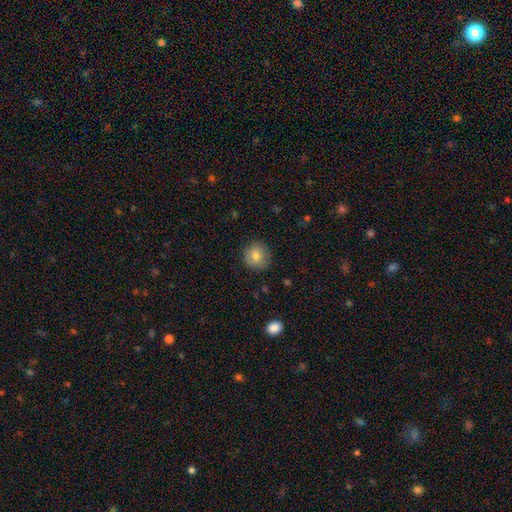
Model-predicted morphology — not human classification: Smooth or featured? smooth (80%)
How rounded? round (91%)
Merging? none (87%)